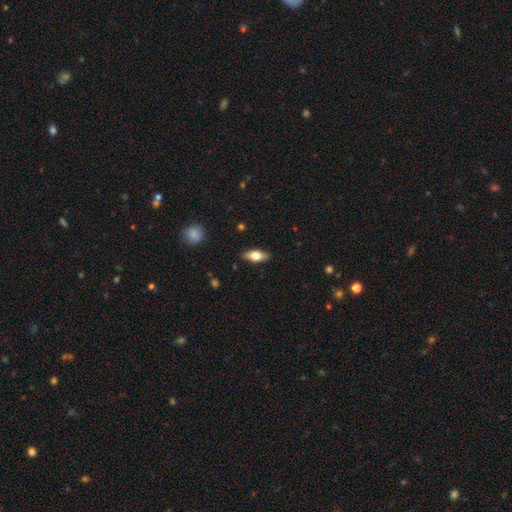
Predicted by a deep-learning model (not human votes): smooth-or-featured: smooth: 63% | featured or disk: 30% | star or artifact: 7%
  how-rounded: in between: 75% | cigar-shaped: 21% | round: 4%
  merging: none: 87% | minor disturbance: 10% | major disturbance: 2% | merger: 1%